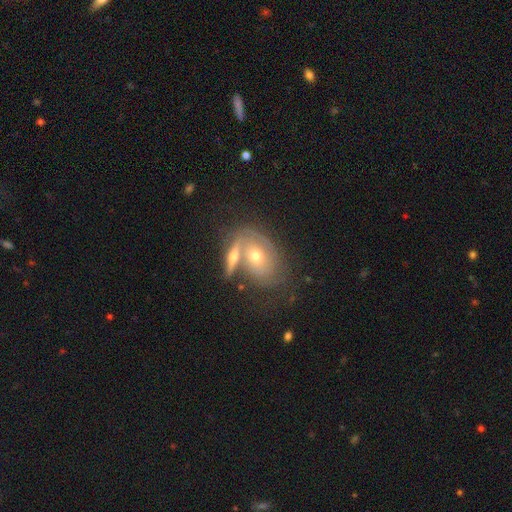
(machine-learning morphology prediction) Overall: featured or disk (61%; smooth 32%). Edge-on disk: no (81%). Merging: none (41%; merger 38%).